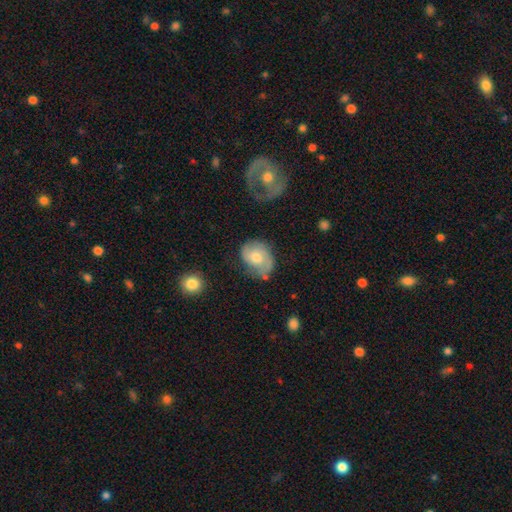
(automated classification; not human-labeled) Q: Smooth or featured?
A: featured or disk (57%); runner-up: smooth (35%)
Q: Edge-on disk?
A: no (96%); runner-up: yes (4%)
Q: Bar?
A: no (72%); runner-up: weak (24%)
Q: Spiral arms?
A: yes (83%); runner-up: no (17%)
Q: Bulge size?
A: moderate (67%); runner-up: small (21%)
Q: Merging?
A: none (61%); runner-up: minor disturbance (25%)